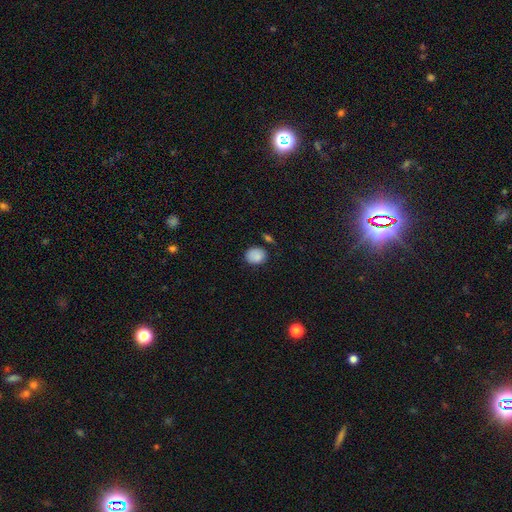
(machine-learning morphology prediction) smooth_or_featured: smooth (p=0.86) [alt: star or artifact p=0.09]
how_rounded: round (p=0.54) [alt: in between p=0.45]
merging: none (p=0.71) [alt: minor disturbance p=0.19]